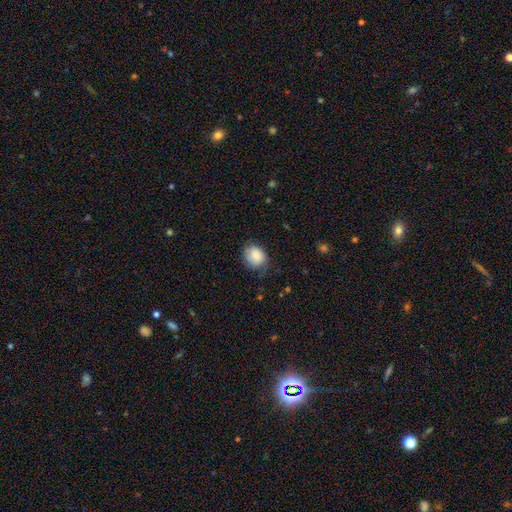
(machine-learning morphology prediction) This appears to be a smooth galaxy with no disk features (83%) that is round (54%). Merging: none (63%).